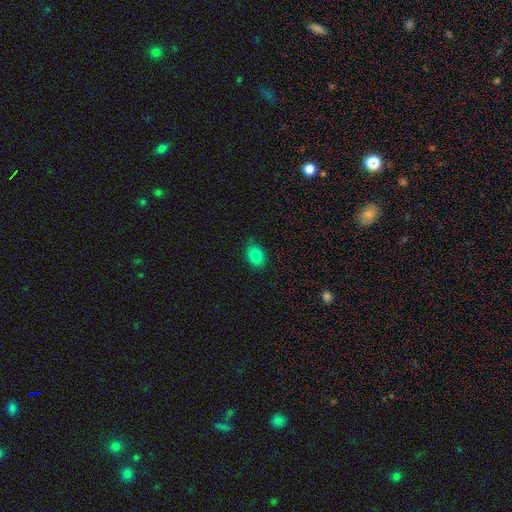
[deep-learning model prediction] smooth 85%, star or artifact 10%, featured or disk 5%. Down the decision tree: how rounded — in between (74%); merging — none (84%).